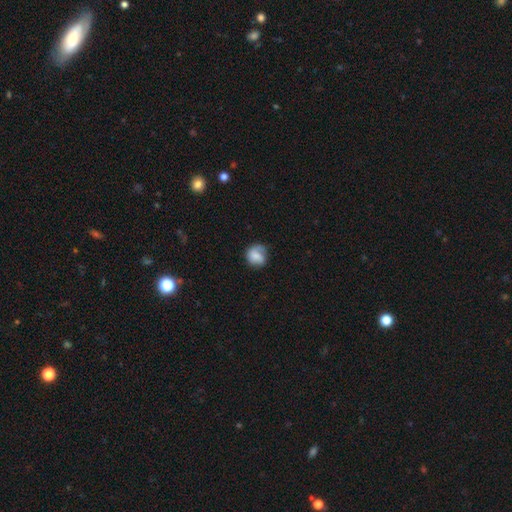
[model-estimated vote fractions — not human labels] smooth-or-featured: smooth: 69% | featured or disk: 23% | star or artifact: 8%
  how-rounded: round: 76% | in between: 23% | cigar-shaped: 1%
  merging: none: 56% | minor disturbance: 28% | major disturbance: 14% | merger: 2%